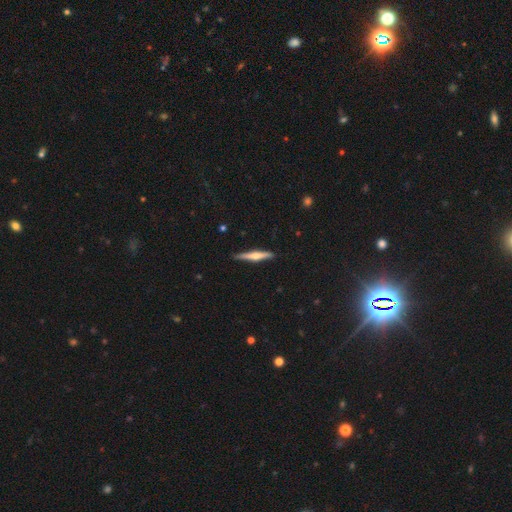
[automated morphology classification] This appears to be a featured or disk galaxy (61%) viewed edge-on (98%) with a rounded central bulge (81%). Merging: none (89%).